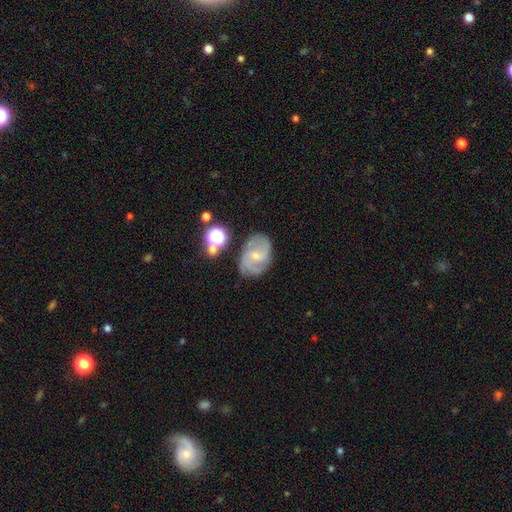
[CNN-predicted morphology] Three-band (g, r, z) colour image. It shows a featured or disk galaxy (78%) with a weak bar (48%), 2 (49%) medium (51%) spiral arms (94%) and a small central bulge (65%). Merging: none (69%).